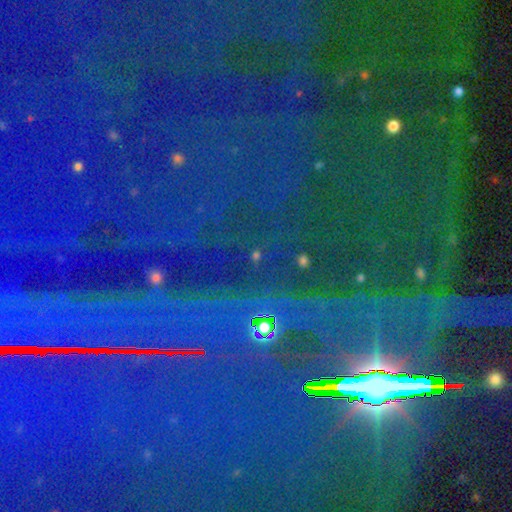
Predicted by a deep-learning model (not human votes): Morphology: type=star or artifact (87%).